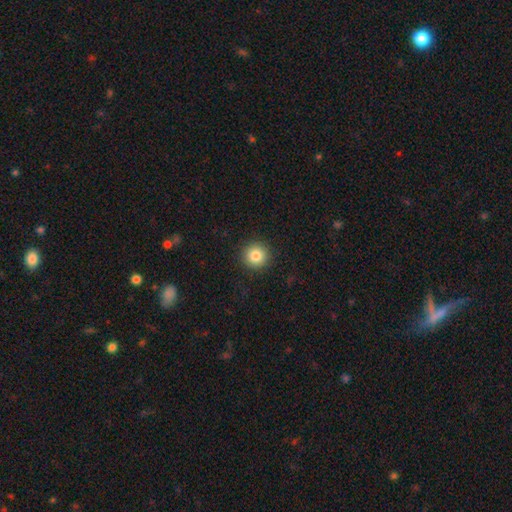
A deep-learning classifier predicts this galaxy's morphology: Q: Smooth or featured?
A: smooth (83%); runner-up: star or artifact (10%)
Q: How rounded?
A: round (95%); runner-up: in between (4%)
Q: Merging?
A: none (92%); runner-up: minor disturbance (5%)